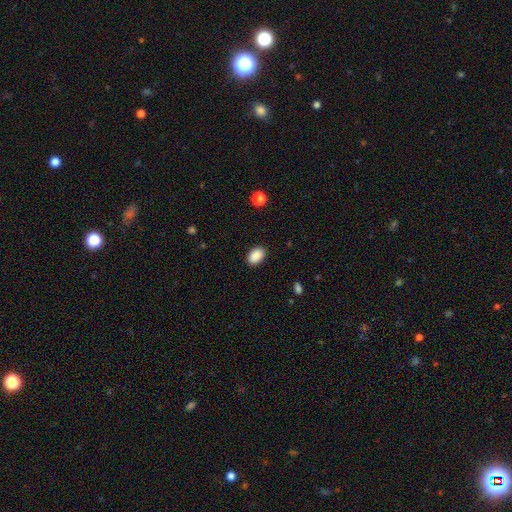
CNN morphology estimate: Smooth or featured? Predicted: smooth (p=0.90). How rounded? Predicted: in between (p=0.87). Merging? Predicted: none (p=0.88).